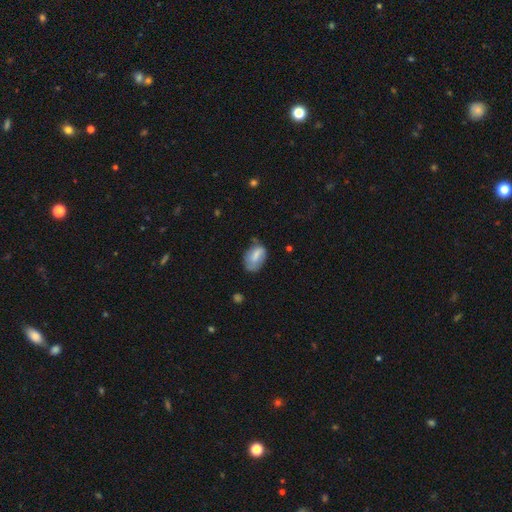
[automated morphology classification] Smooth or featured: smooth — 71% (featured or disk — 21%)
How rounded: in between — 89% (round — 9%)
Merging: none — 51% (minor disturbance — 35%)